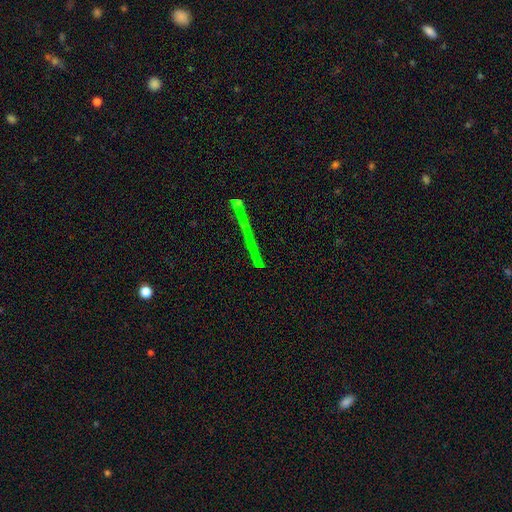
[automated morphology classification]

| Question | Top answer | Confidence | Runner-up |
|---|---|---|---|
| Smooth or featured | star or artifact | 63% | featured or disk (20%) |